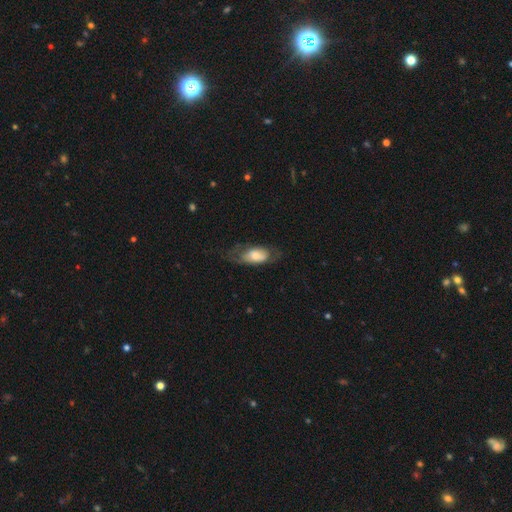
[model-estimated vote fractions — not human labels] Smooth or featured: smooth — 58% (featured or disk — 35%)
How rounded: in between — 88% (cigar-shaped — 7%)
Merging: none — 51% (minor disturbance — 25%)